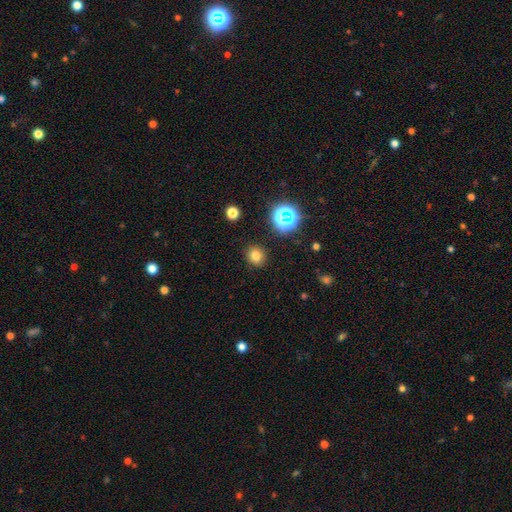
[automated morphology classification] smooth-or-featured: smooth: 75% | star or artifact: 18% | featured or disk: 7%
  how-rounded: round: 80% | in between: 19% | cigar-shaped: 1%
  merging: none: 89% | minor disturbance: 7% | major disturbance: 3% | merger: 2%